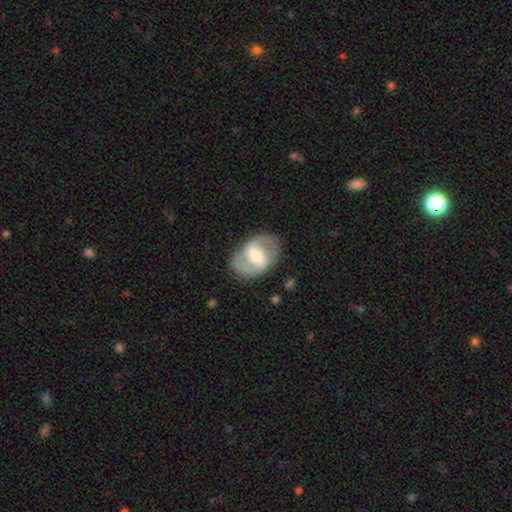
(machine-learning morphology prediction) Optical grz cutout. It shows a featured or disk galaxy (74%) with a strong bar (42%, tied with weak), 2 (88%) medium (49%) spiral arms (77%) and a moderate central bulge (55%). Merging: none (81%).